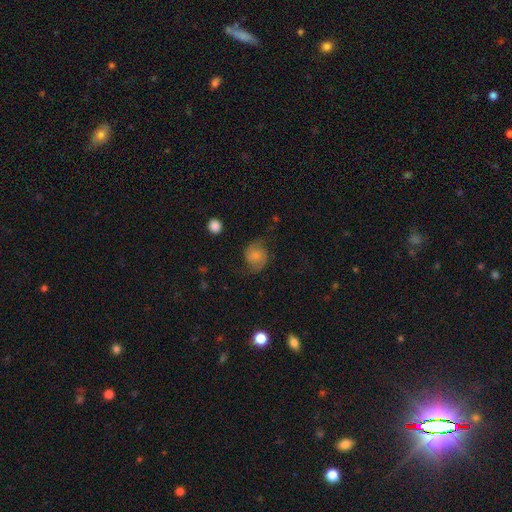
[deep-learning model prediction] Smooth or featured? Predicted: smooth (p=0.46). Merging? Predicted: none (p=0.62).